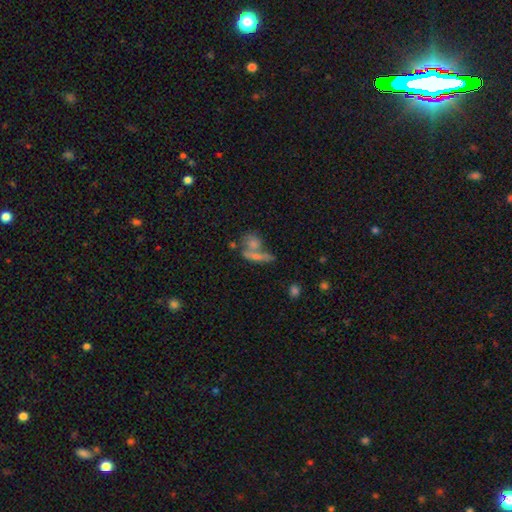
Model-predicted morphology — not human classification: smooth 51%, featured or disk 33%, star or artifact 15%. Down the decision tree: how rounded — cigar-shaped (51%); merging — none (47%).